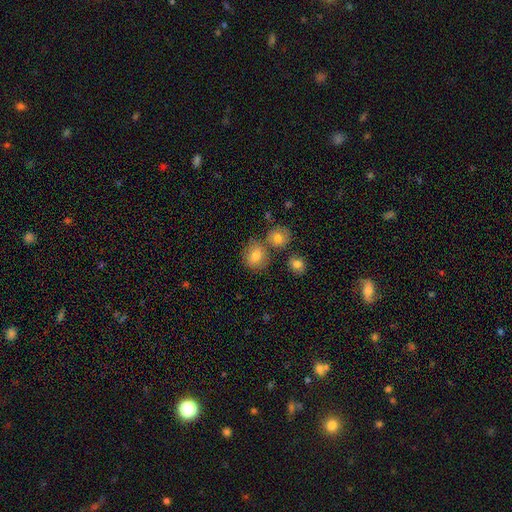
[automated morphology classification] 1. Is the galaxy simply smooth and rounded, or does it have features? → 77% smooth, 12% featured or disk, 11% star or artifact.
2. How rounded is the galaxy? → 79% round, 20% in between, 1% cigar-shaped.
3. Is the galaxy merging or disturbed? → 63% none, 22% merger, 12% minor disturbance, 4% major disturbance.